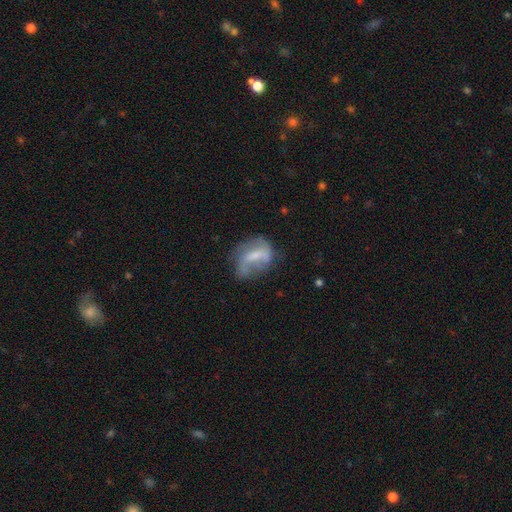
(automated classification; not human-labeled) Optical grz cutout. It shows a featured or disk galaxy (52%). Merging: none (38%).